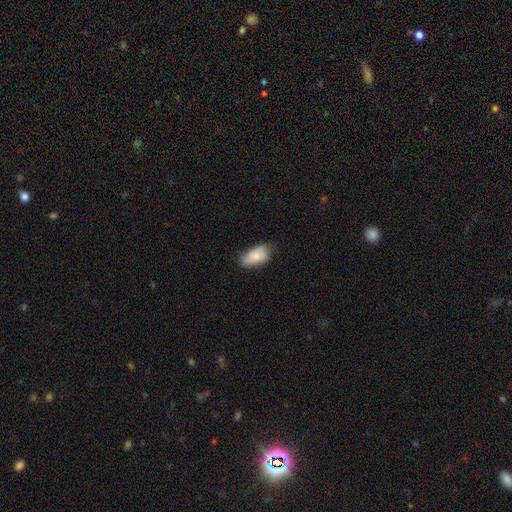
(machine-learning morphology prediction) Overall: smooth (75%). How rounded: in between (93%). Merging: none (63%; minor disturbance 30%).